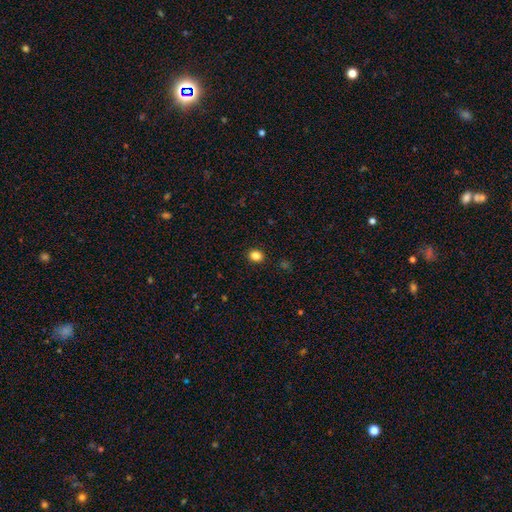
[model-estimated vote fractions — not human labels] smooth-or-featured: smooth: 85% | star or artifact: 11% | featured or disk: 4%
  how-rounded: round: 62% | in between: 37% | cigar-shaped: 1%
  merging: none: 91% | minor disturbance: 6% | major disturbance: 2% | merger: 1%